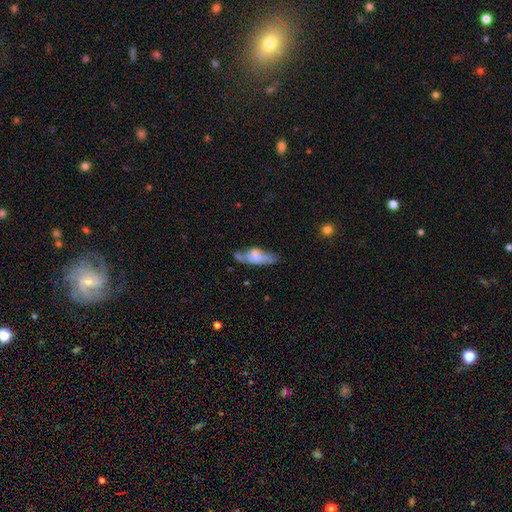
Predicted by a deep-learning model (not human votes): Morphology: type=smooth (47%); merging=none (44%).